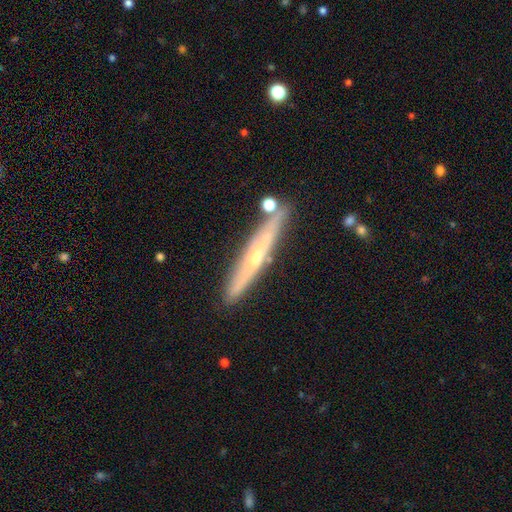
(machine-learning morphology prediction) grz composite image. It shows a featured or disk galaxy (62%) viewed edge-on (92%) with a rounded central bulge (67%). Merging: none (83%).